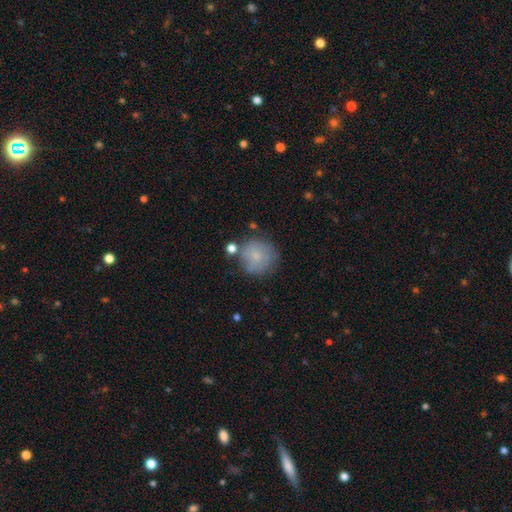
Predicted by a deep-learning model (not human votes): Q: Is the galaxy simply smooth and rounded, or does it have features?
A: smooth — 70%.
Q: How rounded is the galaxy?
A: round — 90%.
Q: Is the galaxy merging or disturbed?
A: none — 62%.